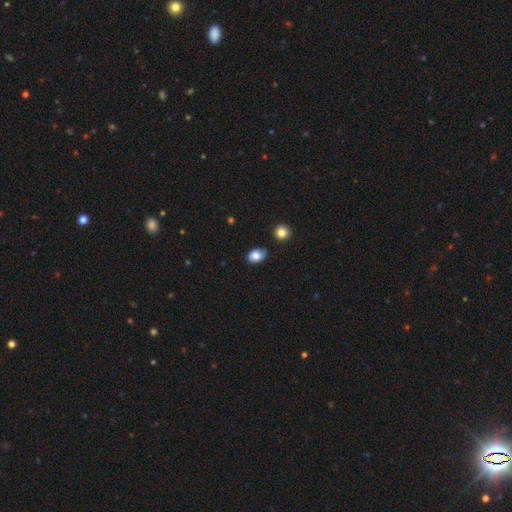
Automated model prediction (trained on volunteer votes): Morphology: type=smooth (82%); roundness=in between (78%); merging=none (71%).